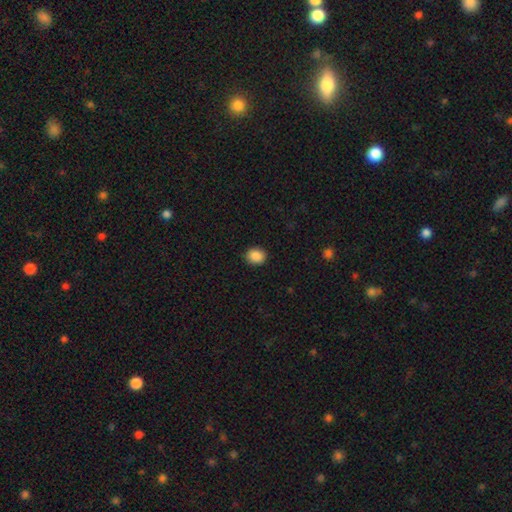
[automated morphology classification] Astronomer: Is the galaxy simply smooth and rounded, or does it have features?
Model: smooth — 88%.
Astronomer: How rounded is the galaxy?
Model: round — 62% (runner-up: in between, 37%).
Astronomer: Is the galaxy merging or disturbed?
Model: none — 89%.